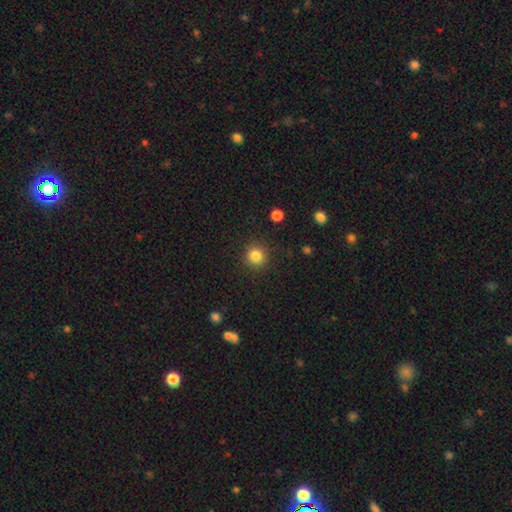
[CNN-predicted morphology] The model was most divided on "smooth or featured": smooth: 84%, star or artifact: 12%, featured or disk: 5%. More confident: how rounded — round (92%); merging — none (89%).